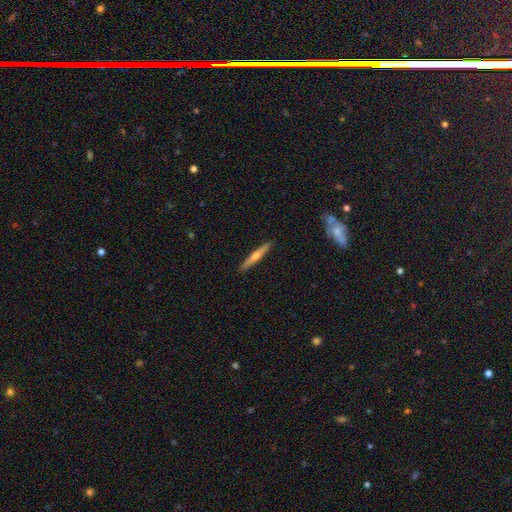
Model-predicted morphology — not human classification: A featured or disk galaxy (61%) viewed edge-on (97%) with a rounded central bulge (84%). Merging: none (92%).